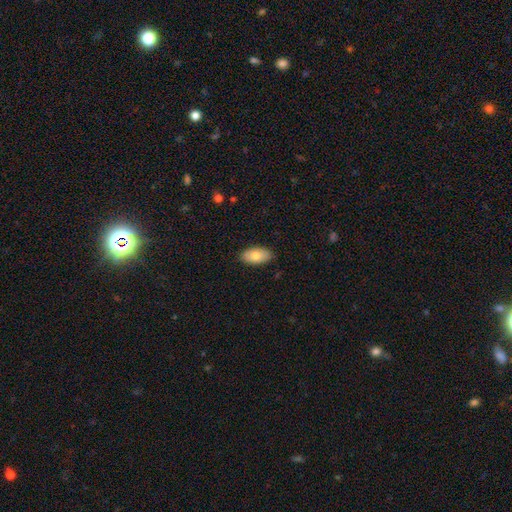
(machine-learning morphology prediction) Q: Smooth or featured?
A: smooth (83%); runner-up: featured or disk (11%)
Q: How rounded?
A: in between (94%); runner-up: cigar-shaped (3%)
Q: Merging?
A: none (88%); runner-up: minor disturbance (9%)